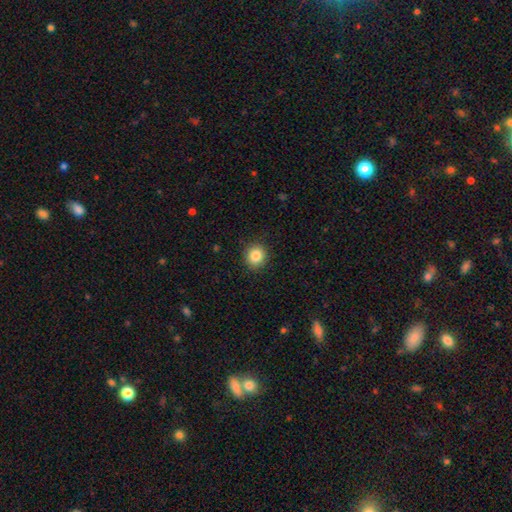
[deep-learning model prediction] Morphology: type=smooth (85%); roundness=round (87%); merging=none (90%).